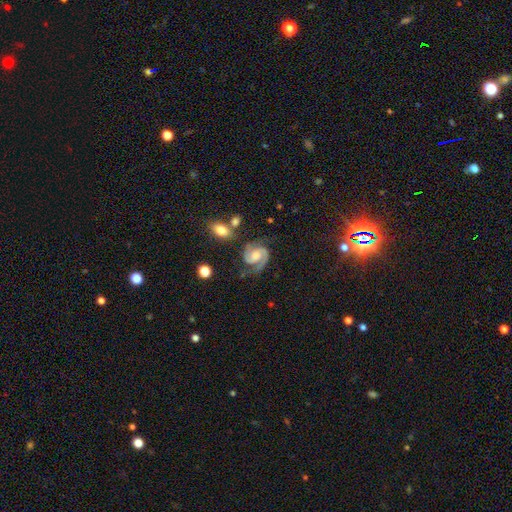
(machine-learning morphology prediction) type=featured or disk (88%); edge-on=no (98%); bar=no (49%); spiral arms=yes (98%); winding=medium (51%); arm count=2 (88%); bulge=moderate (37%); merging=none (66%).